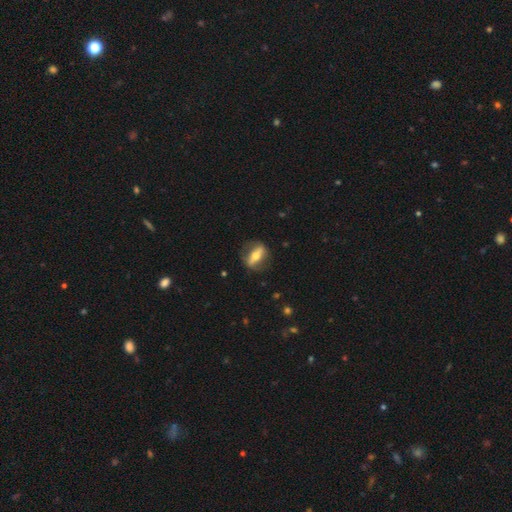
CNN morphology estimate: Smooth or featured? featured or disk (59%)
Edge-on disk? no (61%)
Merging? none (75%)